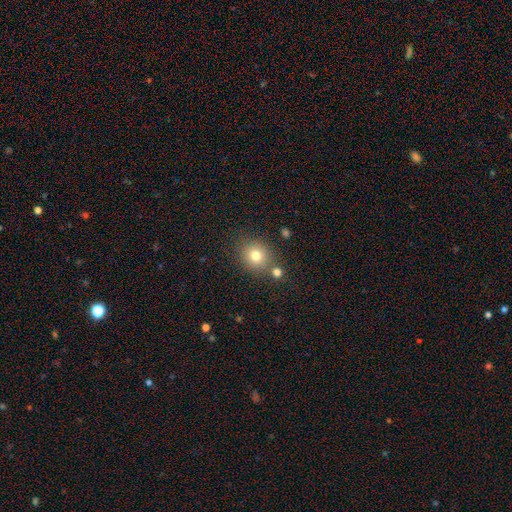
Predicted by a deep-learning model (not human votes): This is likely a smooth galaxy (77%). How rounded: clearly round (83%). Merging: likely none (75%).